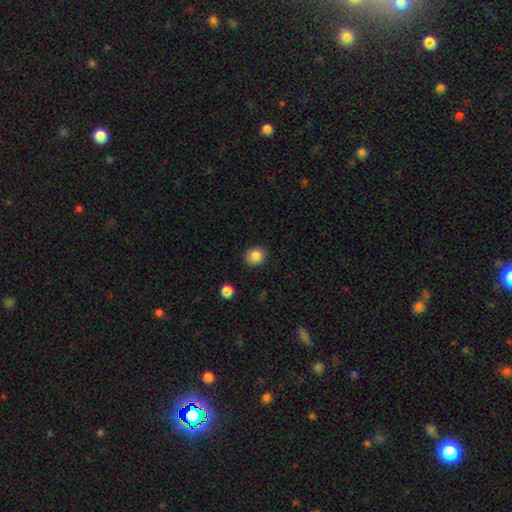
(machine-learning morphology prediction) smooth-or-featured: smooth: 84% | star or artifact: 10% | featured or disk: 6%
  how-rounded: round: 82% | in between: 17% | cigar-shaped: 1%
  merging: none: 90% | minor disturbance: 7% | major disturbance: 2% | merger: 1%